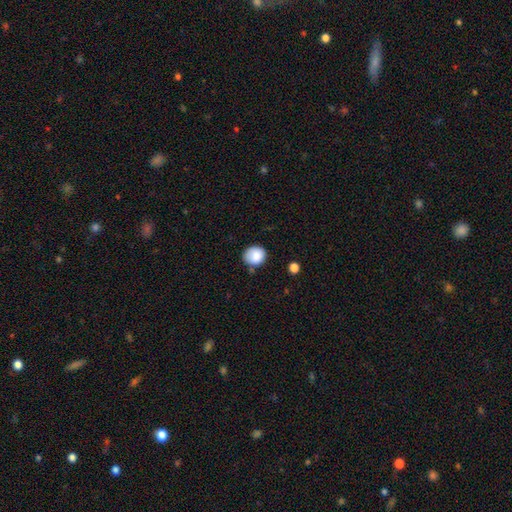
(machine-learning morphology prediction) A smooth galaxy with no disk features (86%) that is round (76%).

Vote fractions:
- Smooth or featured? smooth: 86% / star or artifact: 8% / featured or disk: 6%
- How rounded? round: 76% / in between: 24% / cigar-shaped: 1%
- Merging? none: 68% / minor disturbance: 22% / major disturbance: 5% / merger: 4%